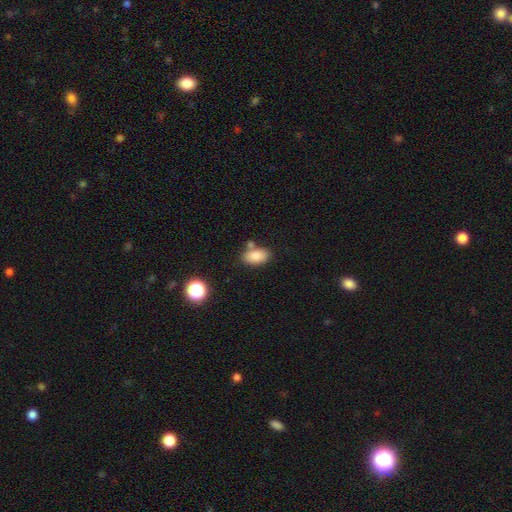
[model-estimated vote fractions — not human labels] Morphology: type=smooth (85%); roundness=in between (90%); merging=none (67%).